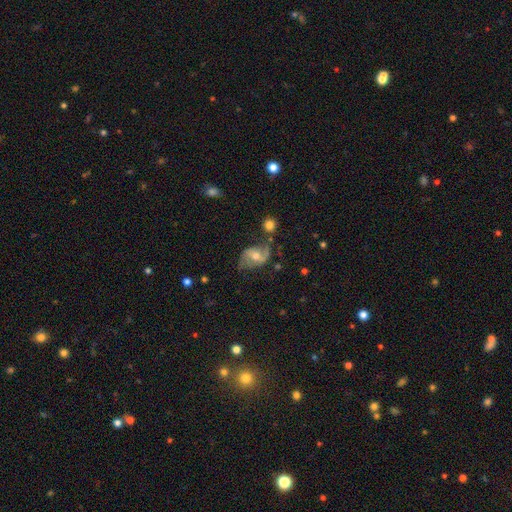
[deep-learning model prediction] Smooth or featured? featured or disk (71%)
Edge-on disk? no (96%)
Bar? weak (44%)
Spiral arms? yes (88%)
Spiral winding? loose (57%)
Spiral arm count? 2 (88%)
Bulge size? moderate (67%)
Merging? none (57%)